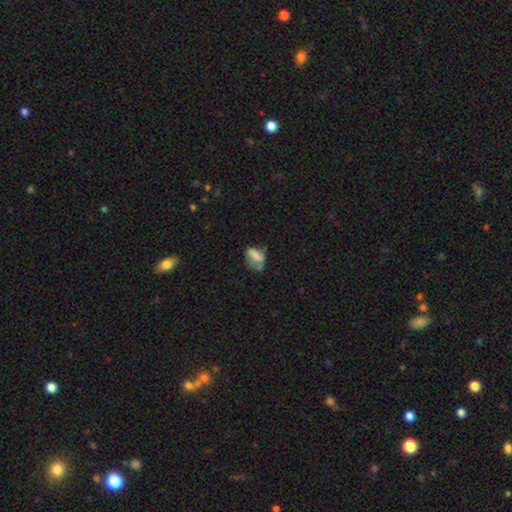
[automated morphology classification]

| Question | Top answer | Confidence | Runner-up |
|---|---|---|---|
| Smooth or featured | smooth | 61% | featured or disk (28%) |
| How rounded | in between | 84% | round (13%) |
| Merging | none | 32% | tied: minor disturbance (32%) |